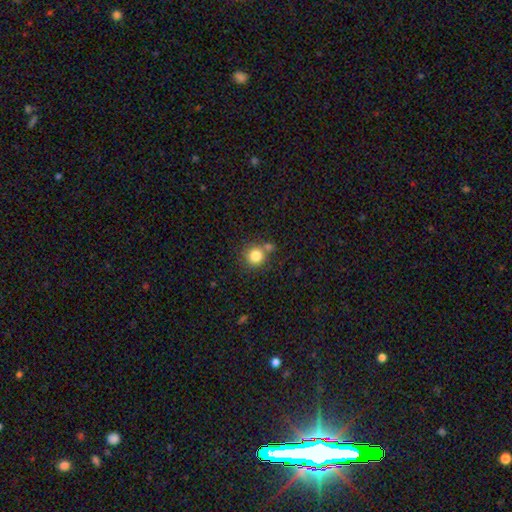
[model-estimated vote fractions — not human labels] This appears to be a smooth galaxy with no disk features (82%) that is round (90%). Merging: none (65%).